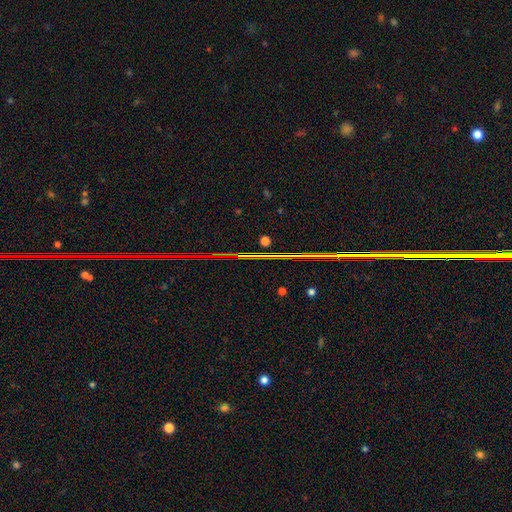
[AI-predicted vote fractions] Smooth or featured? star or artifact (82%)